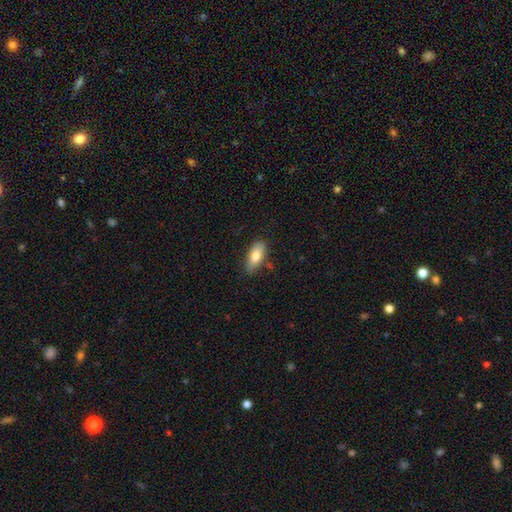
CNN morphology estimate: smooth_or_featured: smooth (p=0.79) [alt: featured or disk p=0.15]
how_rounded: in between (p=0.83) [alt: cigar-shaped p=0.14]
merging: none (p=0.77) [alt: minor disturbance p=0.18]